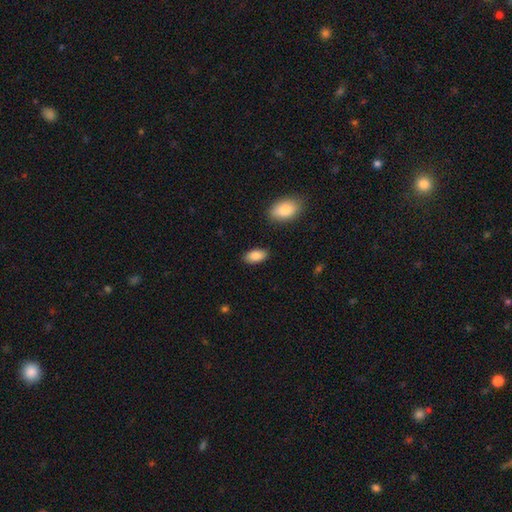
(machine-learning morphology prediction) This appears to be a smooth galaxy with no disk features (87%) that is in between round and cigar-shaped (93%). Merging: none (87%).